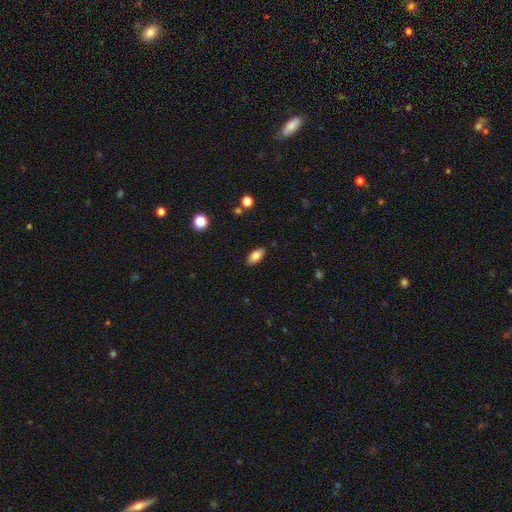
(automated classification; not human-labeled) smooth-or-featured: smooth: 80% | featured or disk: 12% | star or artifact: 8%
  how-rounded: in between: 89% | cigar-shaped: 8% | round: 3%
  merging: none: 86% | minor disturbance: 10% | major disturbance: 2% | merger: 1%